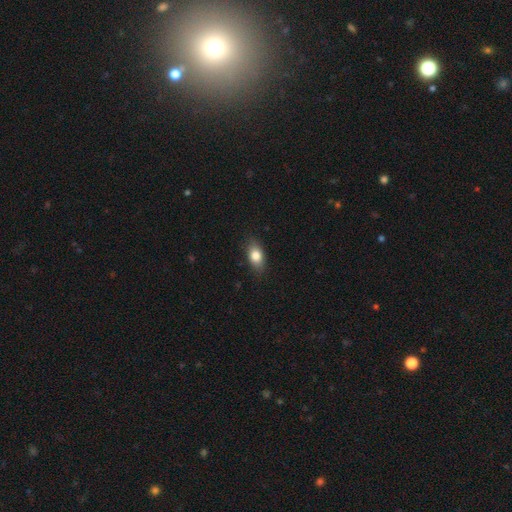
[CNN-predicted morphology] Smooth or featured? Predicted: smooth (p=0.82). How rounded? Predicted: in between (p=0.86). Merging? Predicted: none (p=0.84).